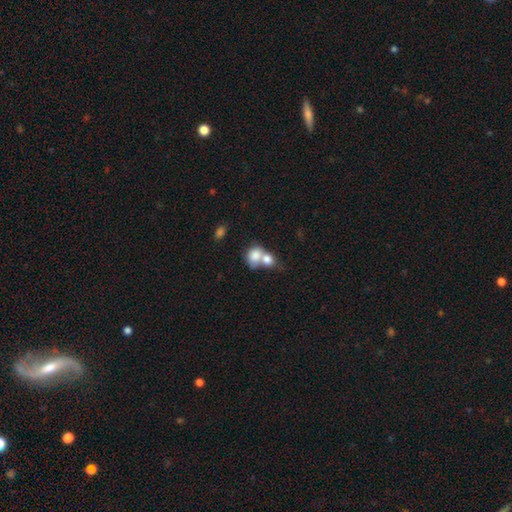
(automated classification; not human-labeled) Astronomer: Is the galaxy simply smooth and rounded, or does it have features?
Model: smooth — 78%.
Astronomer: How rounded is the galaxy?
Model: round — 49%, tied with in between at 49%.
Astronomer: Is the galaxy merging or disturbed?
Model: merger — 70%.